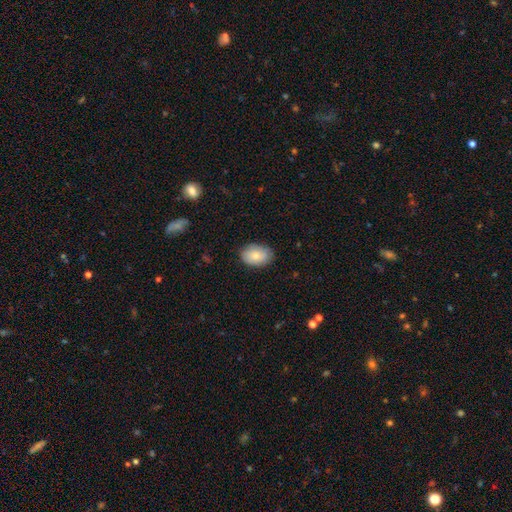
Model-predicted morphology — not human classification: Q: Smooth or featured?
A: smooth (80%); runner-up: featured or disk (14%)
Q: How rounded?
A: in between (84%); runner-up: round (15%)
Q: Merging?
A: none (84%); runner-up: minor disturbance (13%)